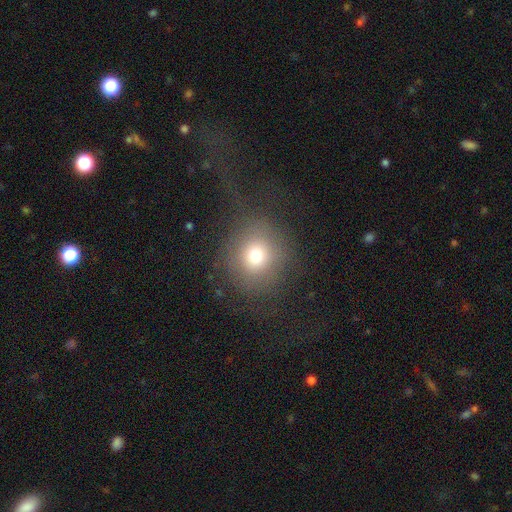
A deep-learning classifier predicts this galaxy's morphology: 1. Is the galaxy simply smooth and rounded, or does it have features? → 72% smooth, 15% star or artifact, 13% featured or disk.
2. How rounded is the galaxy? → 87% round, 12% in between, 1% cigar-shaped.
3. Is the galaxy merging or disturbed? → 63% none, 21% major disturbance, 14% minor disturbance, 2% merger.